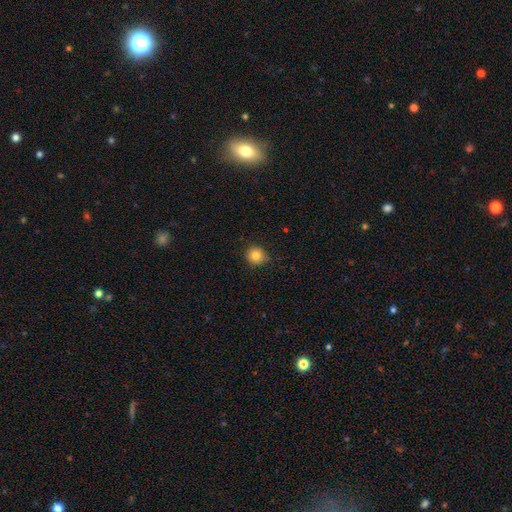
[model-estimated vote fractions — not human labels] Smooth or featured: smooth — 83% (star or artifact — 11%)
How rounded: round — 90% (in between — 9%)
Merging: none — 84% (minor disturbance — 13%)